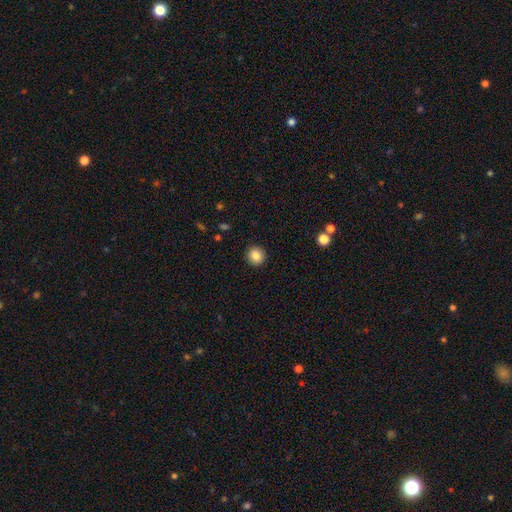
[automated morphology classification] Overall: smooth (86%). How rounded: round (93%). Merging: none (92%).